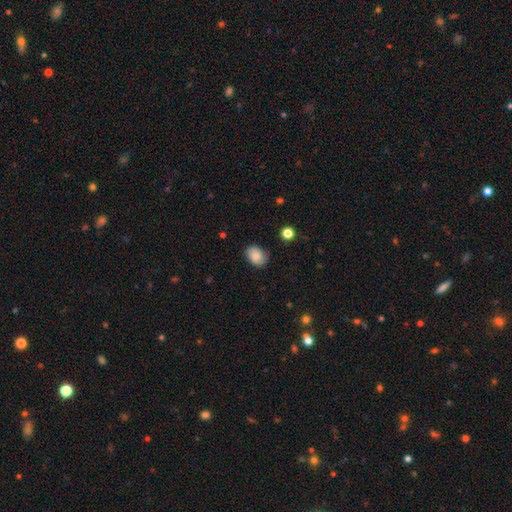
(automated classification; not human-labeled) A smooth galaxy with no disk features (77%) that is in between round and cigar-shaped (62%).

Vote fractions:
- Smooth or featured? smooth: 77% / featured or disk: 14% / star or artifact: 9%
- How rounded? in between: 62% / round: 37% / cigar-shaped: 1%
- Merging? none: 74% / minor disturbance: 20% / major disturbance: 4% / merger: 1%